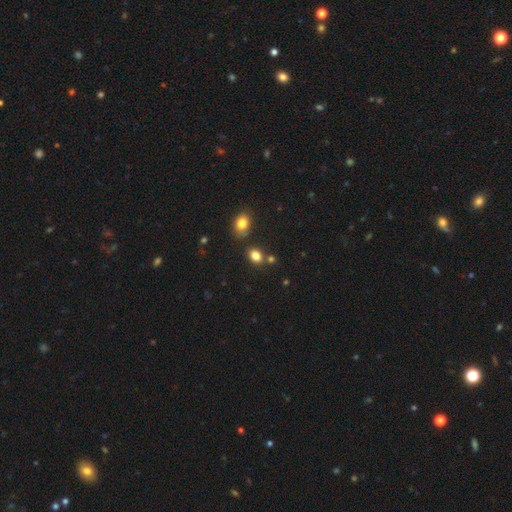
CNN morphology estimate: Q: Smooth or featured?
A: smooth (82%); runner-up: star or artifact (12%)
Q: How rounded?
A: in between (65%); runner-up: round (34%)
Q: Merging?
A: none (71%); runner-up: merger (13%)